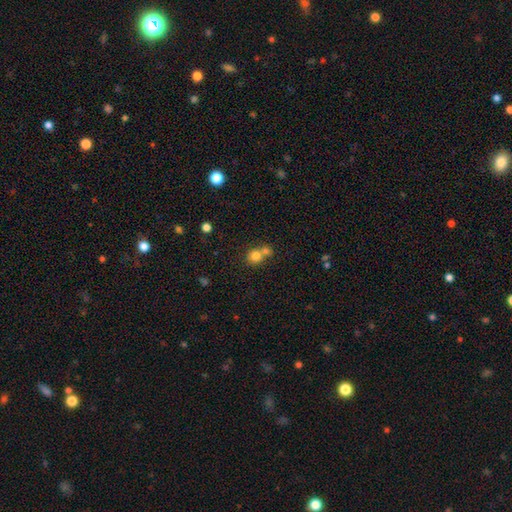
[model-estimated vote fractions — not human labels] A smooth galaxy with no disk features (78%) that is round (85%). Merging: merger (50%).